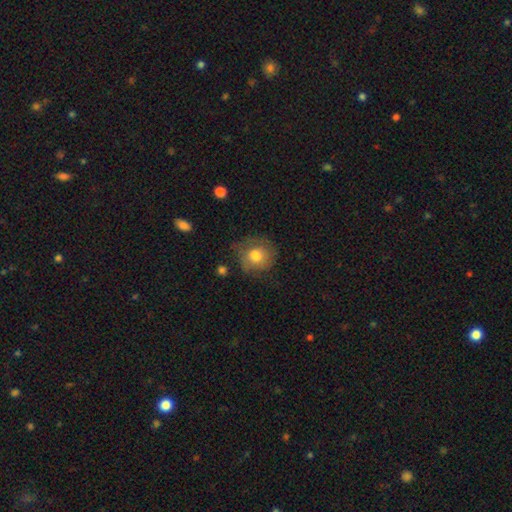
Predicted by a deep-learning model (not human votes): Smooth or featured? Predicted: smooth (p=0.68). How rounded? Predicted: round (p=0.78). Merging? Predicted: none (p=0.56).